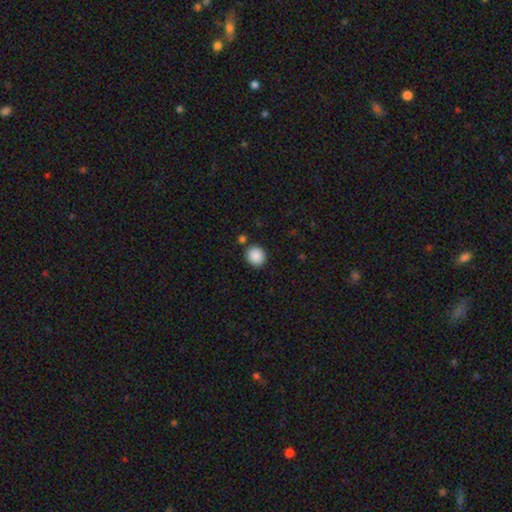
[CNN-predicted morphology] Q: Smooth or featured?
A: smooth (89%); runner-up: star or artifact (8%)
Q: How rounded?
A: round (86%); runner-up: in between (13%)
Q: Merging?
A: none (85%); runner-up: minor disturbance (8%)